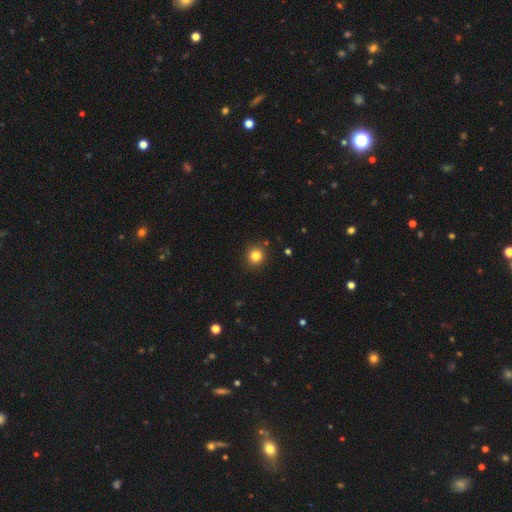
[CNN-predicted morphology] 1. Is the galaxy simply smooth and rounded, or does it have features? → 83% smooth, 12% star or artifact, 5% featured or disk.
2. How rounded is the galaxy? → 93% round, 6% in between, 1% cigar-shaped.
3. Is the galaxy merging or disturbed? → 90% none, 7% minor disturbance, 2% major disturbance, 2% merger.